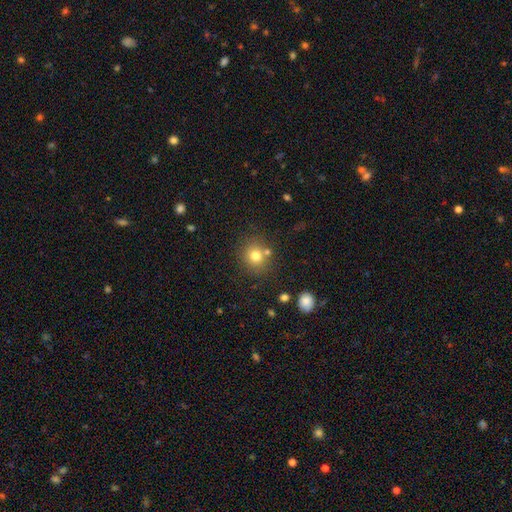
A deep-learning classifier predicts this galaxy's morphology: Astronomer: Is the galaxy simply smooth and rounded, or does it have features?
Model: smooth — 77%.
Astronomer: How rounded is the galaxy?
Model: round — 84%.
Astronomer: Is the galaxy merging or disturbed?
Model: none — 73%.